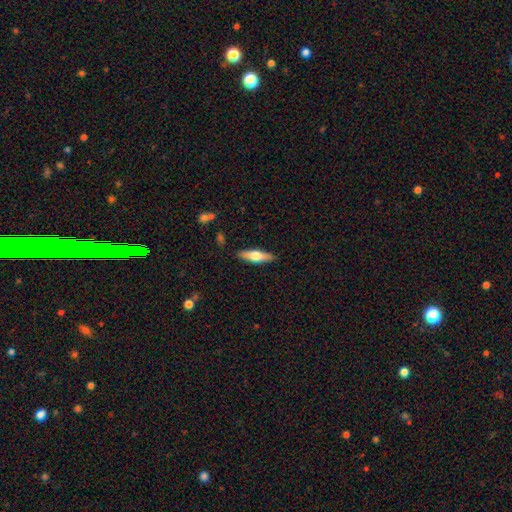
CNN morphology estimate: Smooth or featured? smooth (51%)
How rounded? cigar-shaped (62%)
Merging? none (88%)